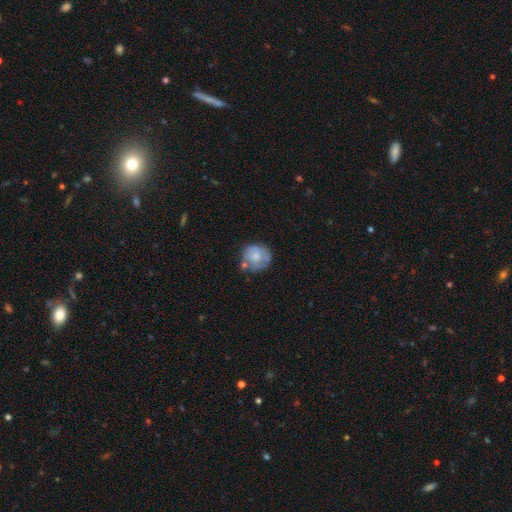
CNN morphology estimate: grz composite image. It shows a smooth galaxy with no disk features (63%) that is round (85%). Merging: none (55%).